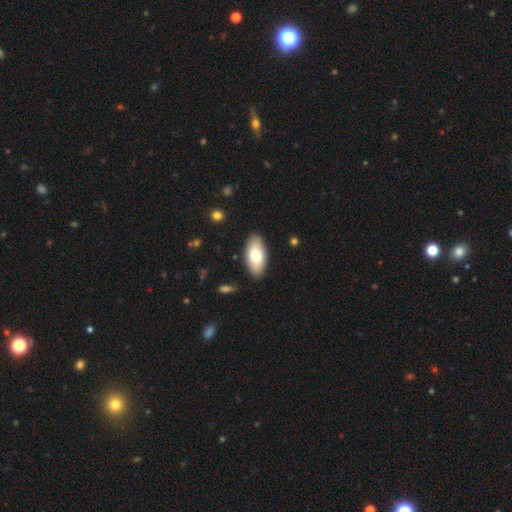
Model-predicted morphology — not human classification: A smooth galaxy with no disk features (71%) that is in between round and cigar-shaped (92%). Merging: none (88%).